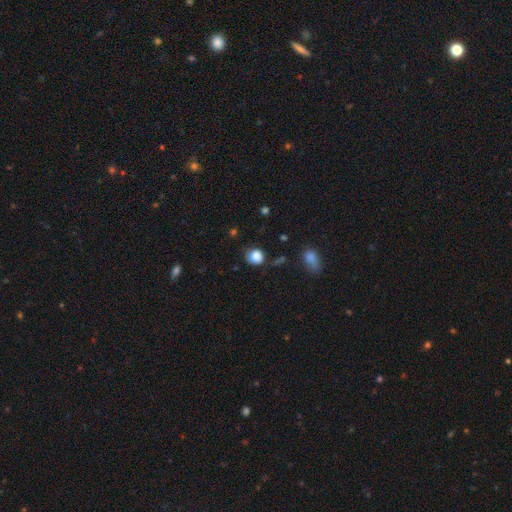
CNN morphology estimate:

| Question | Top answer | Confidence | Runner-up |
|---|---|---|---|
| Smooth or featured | smooth | 85% | star or artifact (10%) |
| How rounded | round | 81% | in between (18%) |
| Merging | none | 67% | minor disturbance (23%) |